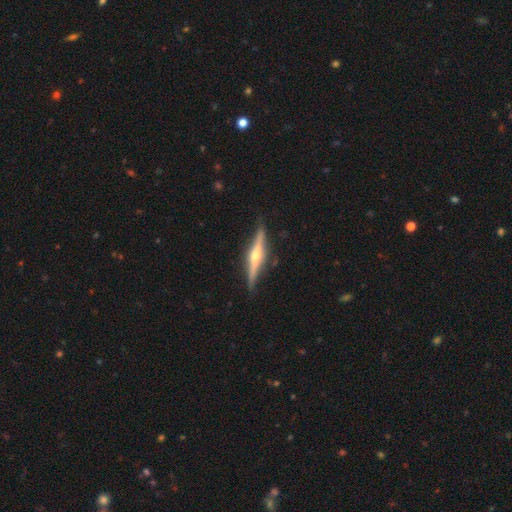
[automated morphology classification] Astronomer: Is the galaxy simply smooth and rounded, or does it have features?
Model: featured or disk — 77%.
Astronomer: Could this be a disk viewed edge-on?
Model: yes — 97%.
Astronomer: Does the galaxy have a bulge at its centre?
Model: rounded — 90%.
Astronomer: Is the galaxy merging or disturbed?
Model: none — 86%.